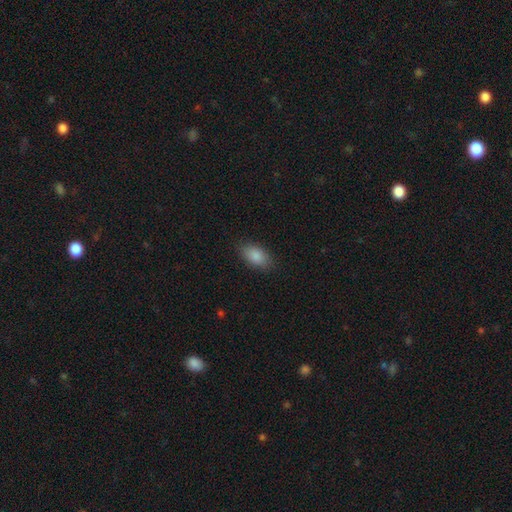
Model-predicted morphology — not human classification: smooth 87%, star or artifact 7%, featured or disk 6%. Down the decision tree: how rounded — in between (92%); merging — none (85%).